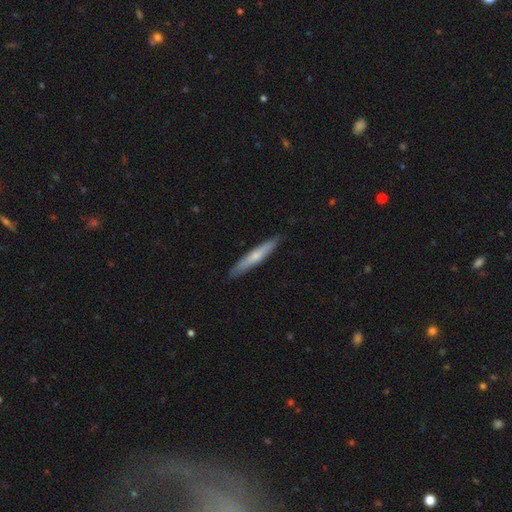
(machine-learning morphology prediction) The model was most divided on "smooth or featured": smooth: 57%, featured or disk: 38%, star or artifact: 5%. More confident: how rounded — cigar-shaped (94%); merging — none (89%).